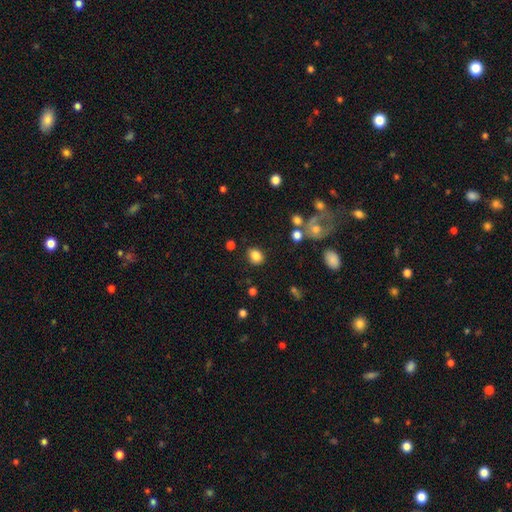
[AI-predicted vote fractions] A smooth galaxy with no disk features (83%) that is in between round and cigar-shaped (52%).

Vote fractions:
- Smooth or featured? smooth: 83% / star or artifact: 11% / featured or disk: 6%
- How rounded? in between: 52% / round: 47% / cigar-shaped: 1%
- Merging? none: 82% / minor disturbance: 11% / major disturbance: 4% / merger: 3%